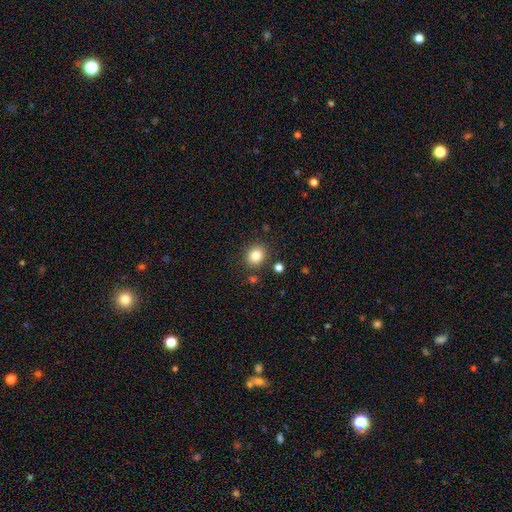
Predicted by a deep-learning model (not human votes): smooth-or-featured: smooth: 83% | star or artifact: 11% | featured or disk: 6%
  how-rounded: round: 74% | in between: 25% | cigar-shaped: 1%
  merging: none: 85% | minor disturbance: 8% | merger: 4% | major disturbance: 3%